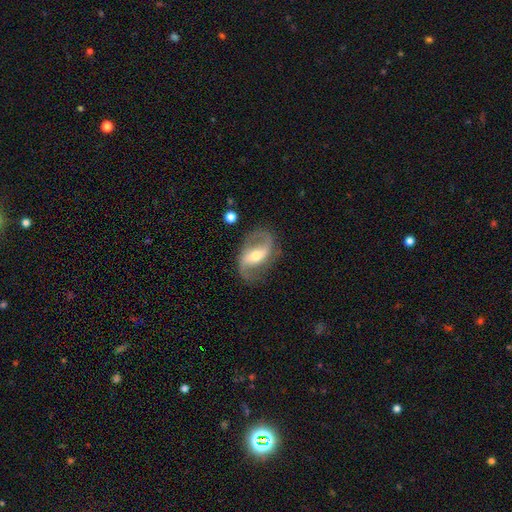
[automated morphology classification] Overall: featured or disk (87%). Edge-on disk: no (97%). Bar: strong (39%; weak 38%). Spiral arms: yes (95%). Spiral arm count: 2 (91%). Spiral winding: loose (50%; medium 40%). Bulge size: moderate (57%; small 36%). Merging: none (78%).